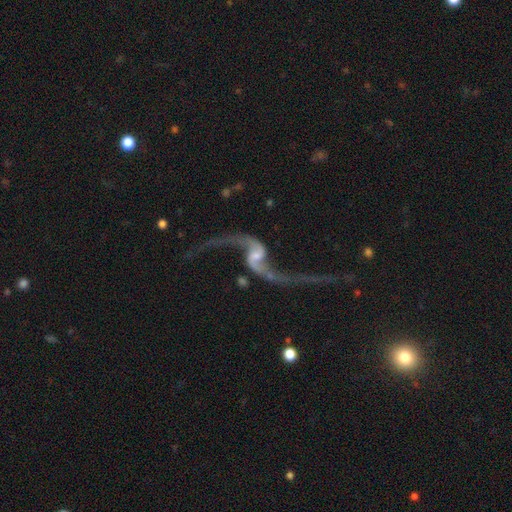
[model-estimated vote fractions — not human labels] smooth-or-featured: featured or disk: 91% | star or artifact: 5% | smooth: 4%
  disk-edge-on: no: 96% | yes: 4%
    bar: weak: 42% | no: 38% | strong: 20%
    has-spiral-arms: yes: 96% | no: 4%
      spiral-winding: loose: 96% | medium: 3% | tight: 2%
      spiral-arm-count: 2: 94% | 1: 2% | can't tell: 1% | 3: 1% | 4: 1% | more than 4: 1%
    bulge-size: small: 42% | moderate: 29% | none: 19% | large: 7% | dominant: 3%
  merging: none: 54% | major disturbance: 22% | minor disturbance: 14% | merger: 10%